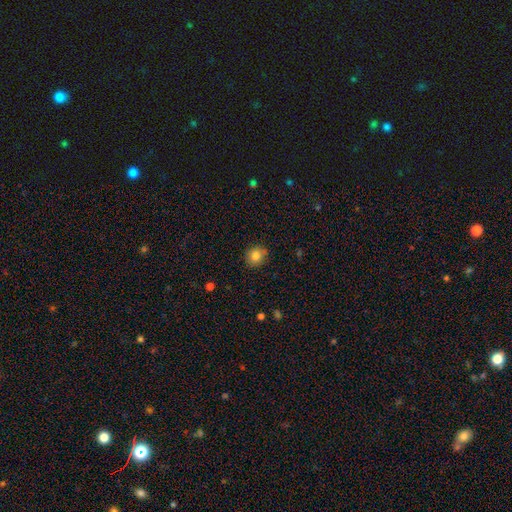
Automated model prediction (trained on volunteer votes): This is clearly a smooth galaxy (83%). How rounded: likely round (79%). Merging: clearly none (85%).